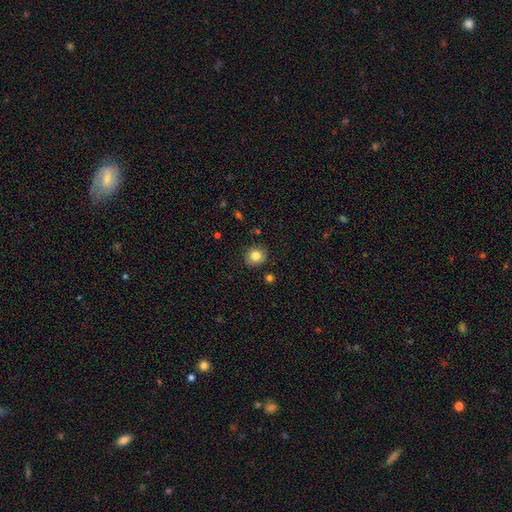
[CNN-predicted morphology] This is clearly a smooth galaxy (84%). How rounded: clearly round (85%). Merging: clearly none (89%).